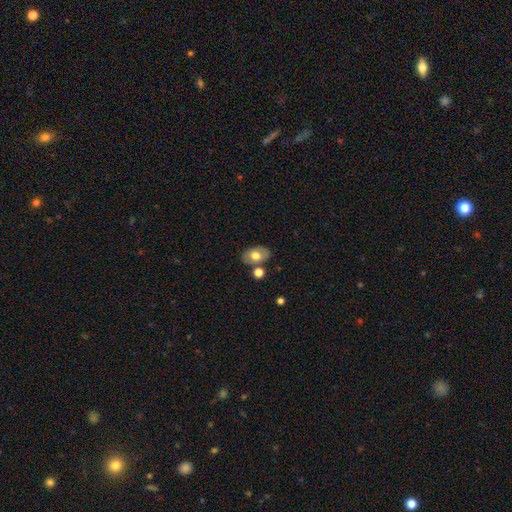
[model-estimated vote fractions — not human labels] This is likely a smooth galaxy (66%). How rounded: clearly in between (86%). Merging: likely none (73%).